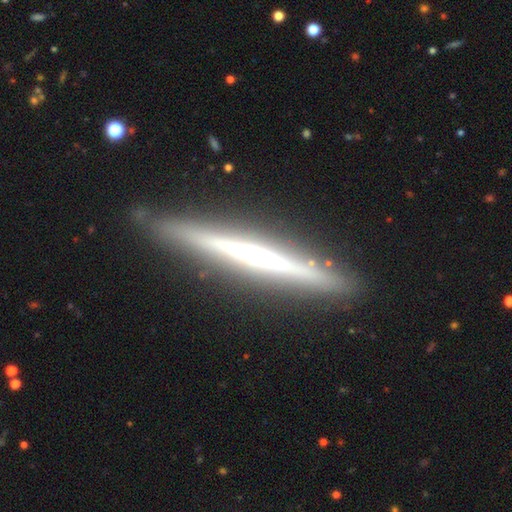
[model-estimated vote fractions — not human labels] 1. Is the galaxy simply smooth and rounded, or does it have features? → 82% featured or disk, 13% smooth, 6% star or artifact.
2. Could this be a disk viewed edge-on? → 97% yes, 3% no.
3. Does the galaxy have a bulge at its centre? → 60% rounded, 30% none, 10% boxy.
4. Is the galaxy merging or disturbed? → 89% none, 8% minor disturbance, 2% major disturbance, 1% merger.